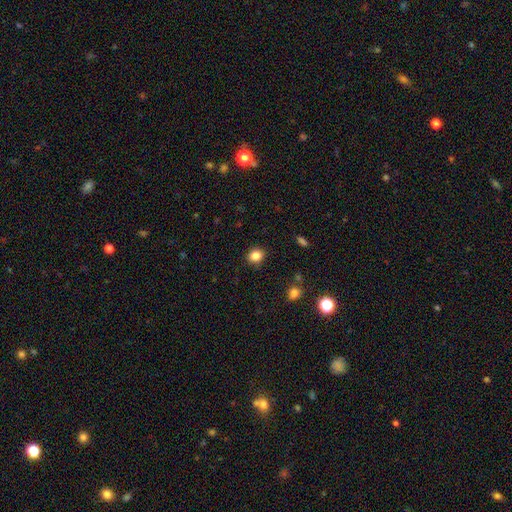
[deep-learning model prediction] Smooth or featured? smooth (84%)
How rounded? round (62%)
Merging? none (89%)